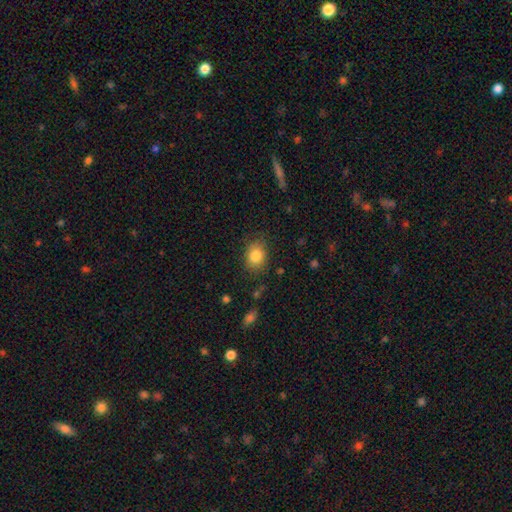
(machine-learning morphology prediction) smooth_or_featured: smooth (p=0.84) [alt: star or artifact p=0.09]
how_rounded: in between (p=0.58) [alt: round p=0.41]
merging: none (p=0.81) [alt: minor disturbance p=0.14]